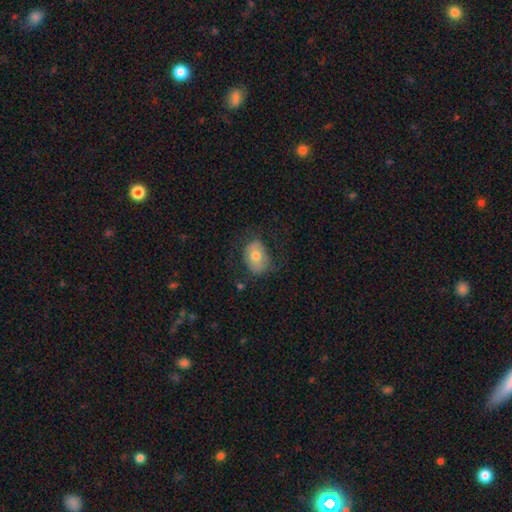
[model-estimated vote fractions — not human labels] This appears to be a smooth galaxy with no disk features (65%) that is in between round and cigar-shaped (70%). Merging: none (65%).